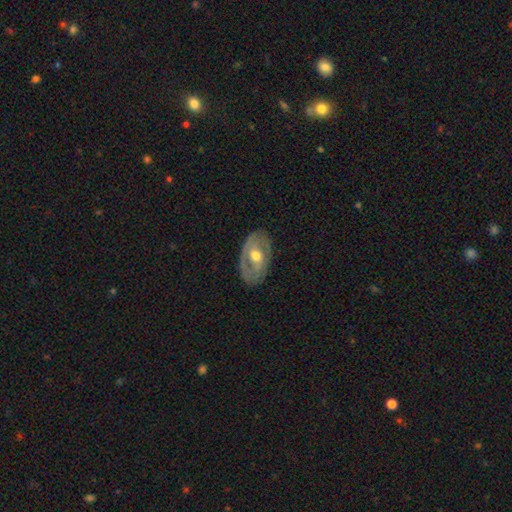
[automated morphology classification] smooth-or-featured: featured or disk: 66% | smooth: 29% | star or artifact: 5%
  disk-edge-on: no: 91% | yes: 9%
    bar: no: 56% | weak: 31% | strong: 13%
    has-spiral-arms: yes: 51% | no: 49%
    bulge-size: moderate: 77% | small: 11% | large: 11% | none: 1% | dominant: 1%
  merging: none: 75% | minor disturbance: 18% | major disturbance: 6% | merger: 1%